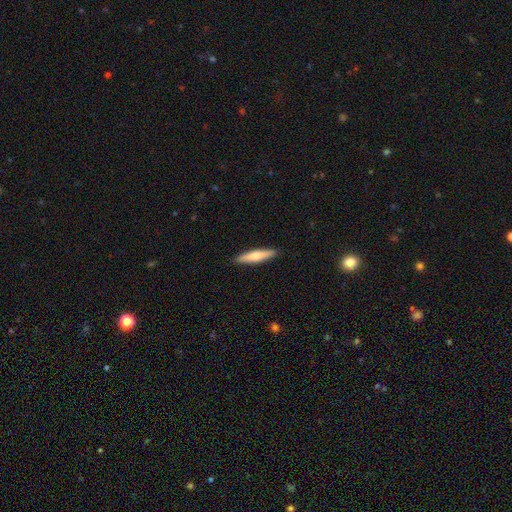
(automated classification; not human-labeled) Q: Smooth or featured?
A: smooth (69%); runner-up: featured or disk (25%)
Q: How rounded?
A: cigar-shaped (85%); runner-up: in between (14%)
Q: Merging?
A: none (91%); runner-up: minor disturbance (7%)